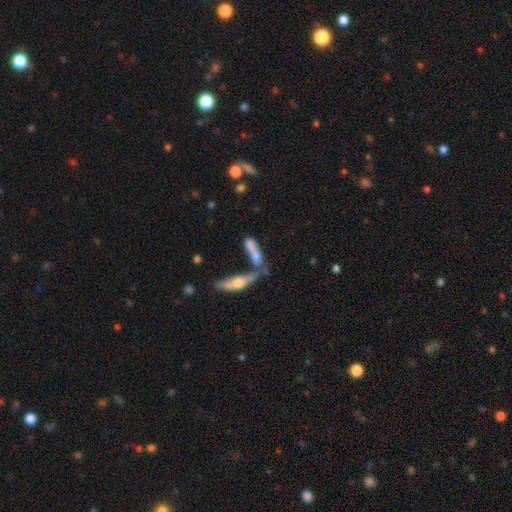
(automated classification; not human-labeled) Smooth or featured: smooth — 58% (featured or disk — 33%)
How rounded: cigar-shaped — 62% (in between — 36%)
Merging: merger — 56% (none — 26%)